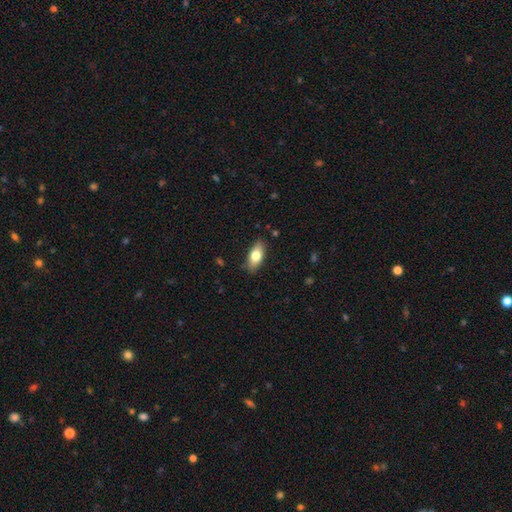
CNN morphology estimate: Q: Smooth or featured?
A: smooth (75%); runner-up: featured or disk (18%)
Q: How rounded?
A: in between (85%); runner-up: cigar-shaped (12%)
Q: Merging?
A: none (85%); runner-up: minor disturbance (12%)